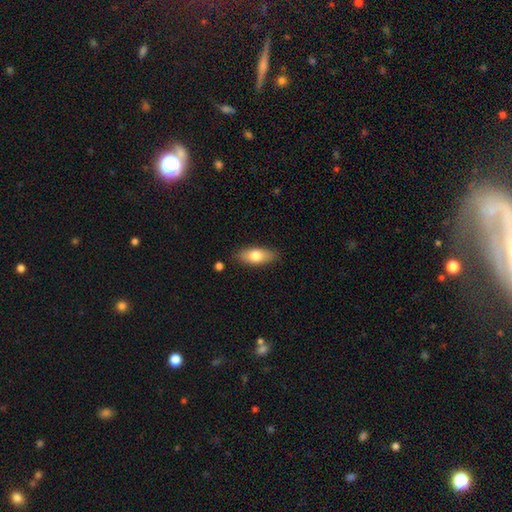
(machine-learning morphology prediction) This is likely a smooth galaxy (74%). How rounded: likely in between (78%). Merging: clearly none (85%).